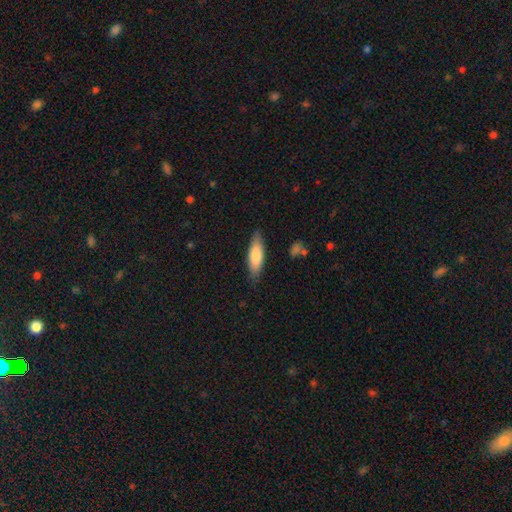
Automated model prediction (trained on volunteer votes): Morphology: type=smooth (79%); roundness=in between (52%); merging=none (83%).